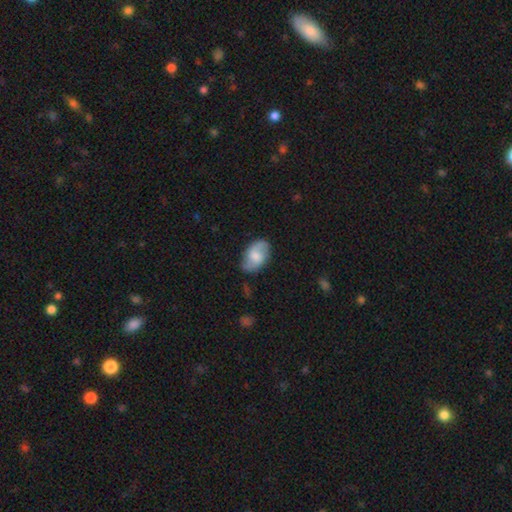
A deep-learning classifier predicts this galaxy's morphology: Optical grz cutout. It shows a smooth galaxy with no disk features (47%, tied with featured or disk). Merging: none (76%).